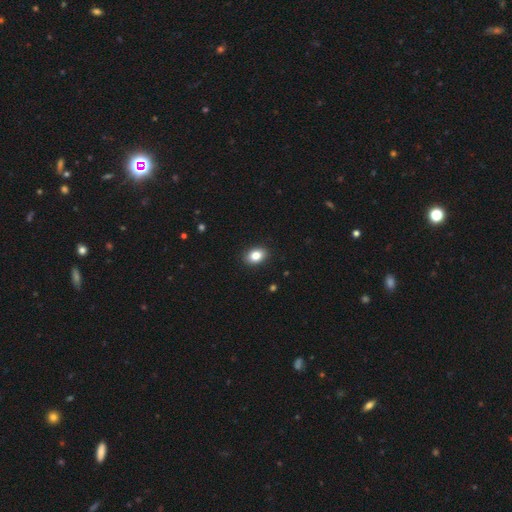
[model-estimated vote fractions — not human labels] smooth-or-featured: smooth: 85% | star or artifact: 9% | featured or disk: 6%
  how-rounded: in between: 77% | round: 22% | cigar-shaped: 1%
  merging: none: 90% | minor disturbance: 7% | major disturbance: 2% | merger: 1%